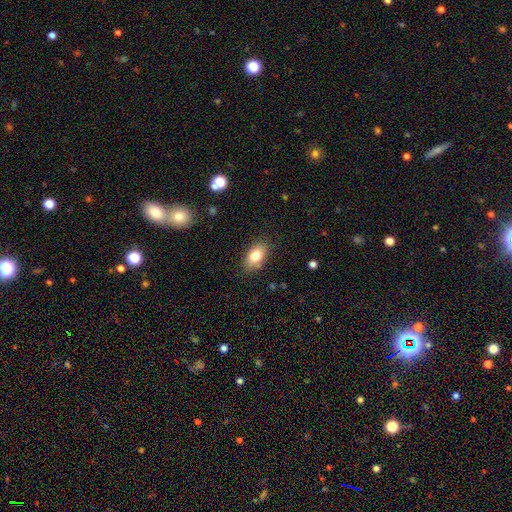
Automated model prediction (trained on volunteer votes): The model was most divided on "smooth or featured": smooth: 80%, featured or disk: 12%, star or artifact: 8%. More confident: how rounded — in between (90%); merging — none (85%).